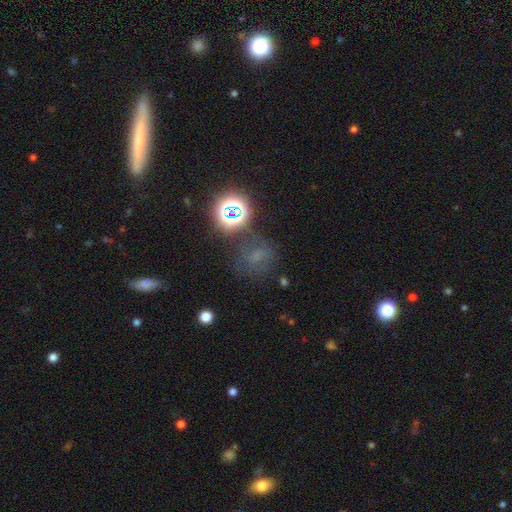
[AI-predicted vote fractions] This appears to be a smooth galaxy with no disk features (43%). Merging: none (64%).